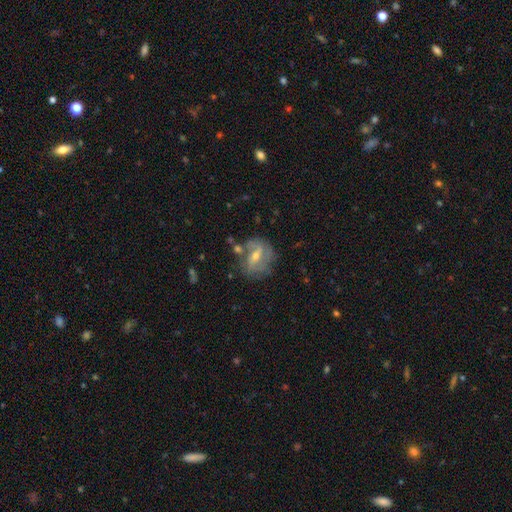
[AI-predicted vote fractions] smooth-or-featured: featured or disk: 63% | smooth: 28% | star or artifact: 8%
  disk-edge-on: no: 95% | yes: 5%
    bar: weak: 46% | strong: 28% | no: 26%
    has-spiral-arms: yes: 66% | no: 34%
    bulge-size: moderate: 52% | small: 43% | large: 2% | none: 2% | dominant: 1%
  merging: none: 60% | minor disturbance: 20% | major disturbance: 10% | merger: 9%